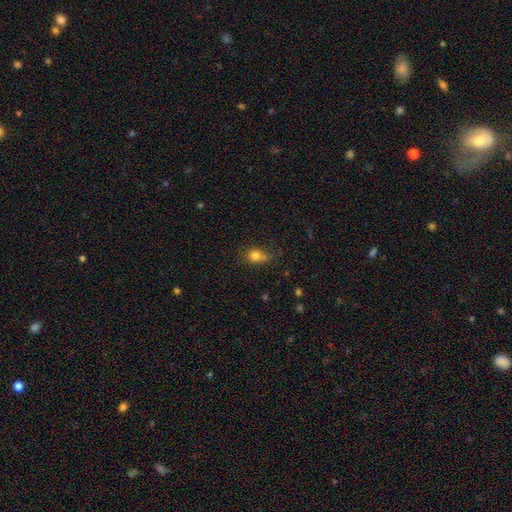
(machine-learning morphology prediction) Q: Smooth or featured?
A: smooth (81%); runner-up: star or artifact (12%)
Q: How rounded?
A: round (52%); runner-up: in between (47%)
Q: Merging?
A: none (57%); runner-up: minor disturbance (29%)